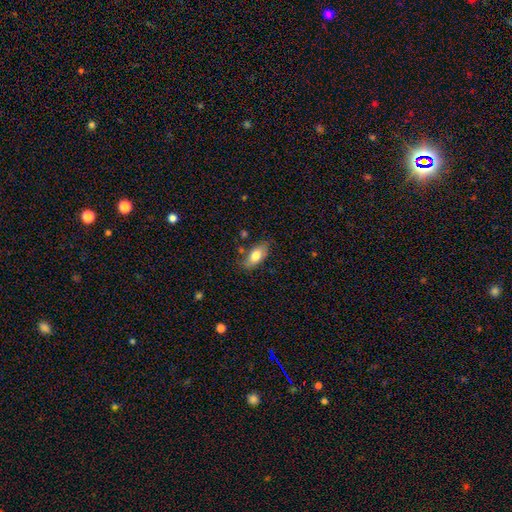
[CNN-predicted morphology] Smooth or featured? Predicted: smooth (p=0.75). How rounded? Predicted: in between (p=0.86). Merging? Predicted: none (p=0.72).